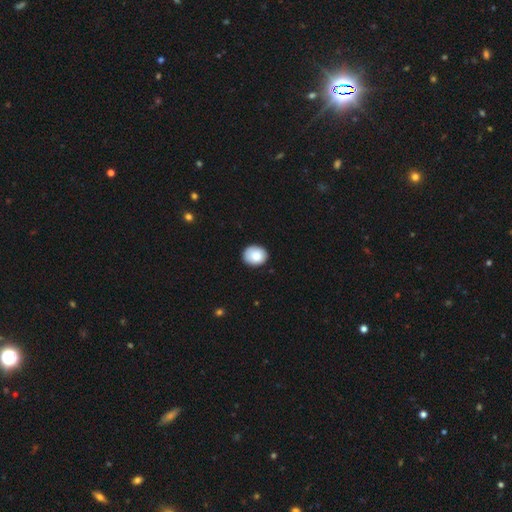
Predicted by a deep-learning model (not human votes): Morphology: type=smooth (85%); roundness=round (61%); merging=none (85%).